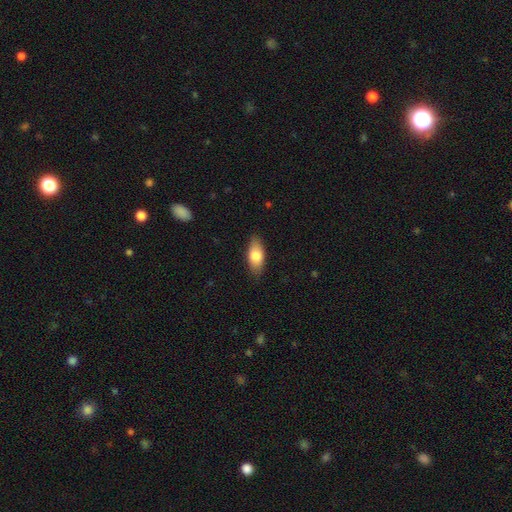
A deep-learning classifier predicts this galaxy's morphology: Smooth or featured? smooth (76%)
How rounded? in between (84%)
Merging? none (85%)